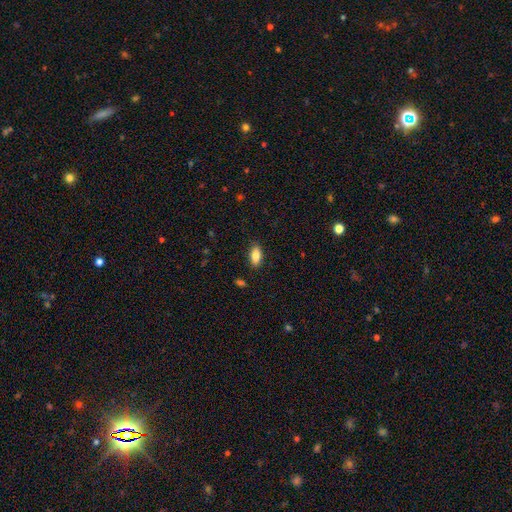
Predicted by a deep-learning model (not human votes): A smooth galaxy with no disk features (83%) that is in between round and cigar-shaped (88%).

Vote fractions:
- Smooth or featured? smooth: 83% / featured or disk: 9% / star or artifact: 7%
- How rounded? in between: 88% / cigar-shaped: 9% / round: 3%
- Merging? none: 87% / minor disturbance: 10% / major disturbance: 2% / merger: 1%